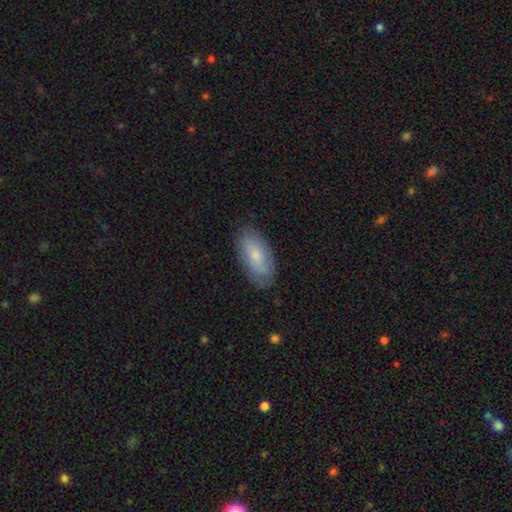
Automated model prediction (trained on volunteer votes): Smooth or featured? smooth (66%)
How rounded? in between (88%)
Merging? none (81%)